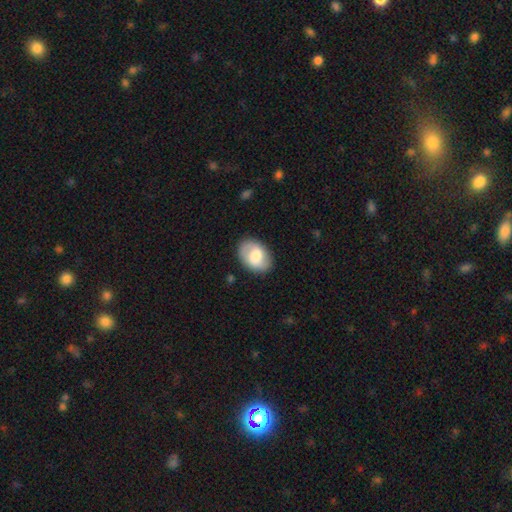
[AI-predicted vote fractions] This appears to be a smooth galaxy with no disk features (58%) that is in between round and cigar-shaped (83%). Merging: none (85%).